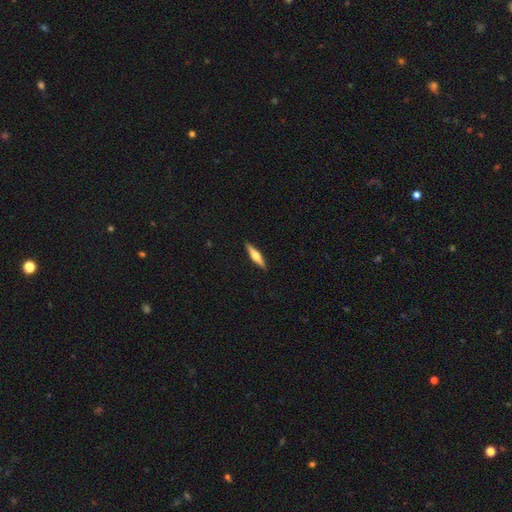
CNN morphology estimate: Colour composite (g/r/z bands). It shows a featured or disk galaxy (61%) viewed edge-on (97%) with a rounded central bulge (93%). Merging: none (91%).